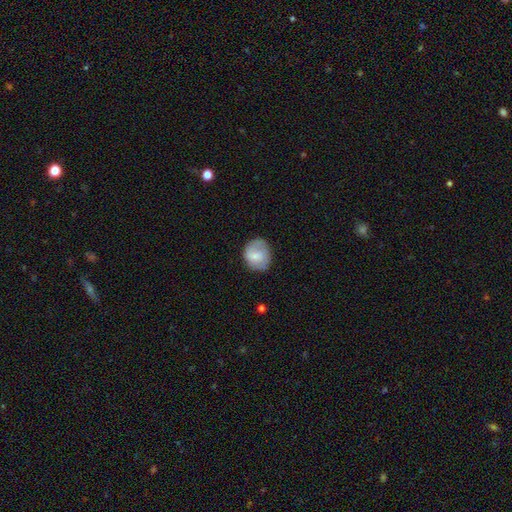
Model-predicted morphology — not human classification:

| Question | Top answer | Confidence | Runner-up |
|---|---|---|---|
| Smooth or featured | smooth | 68% | featured or disk (25%) |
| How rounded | round | 66% | in between (33%) |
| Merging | none | 68% | minor disturbance (22%) |